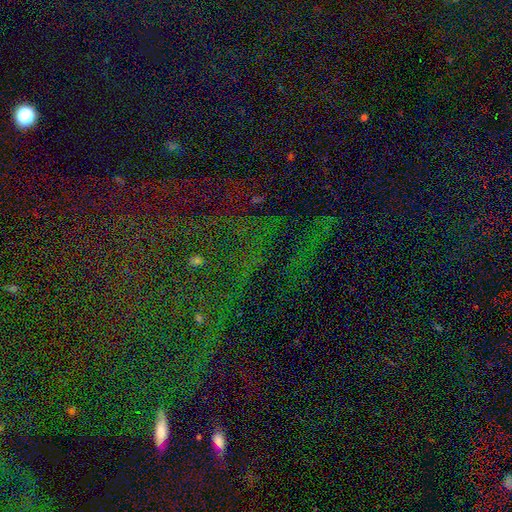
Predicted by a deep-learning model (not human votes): Smooth or featured? star or artifact (81%)